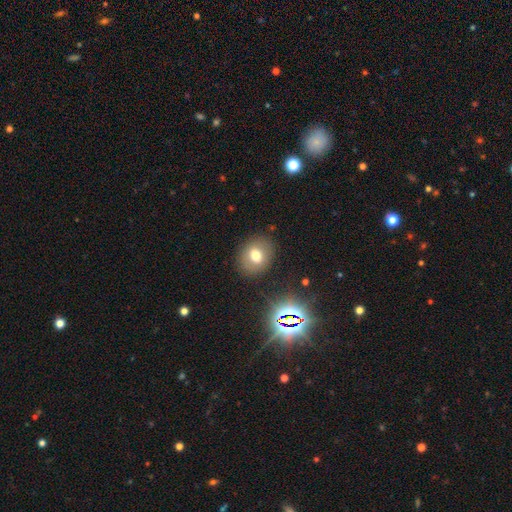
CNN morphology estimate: This is likely a smooth galaxy (67%). How rounded: possibly round (59%). Merging: clearly none (84%).